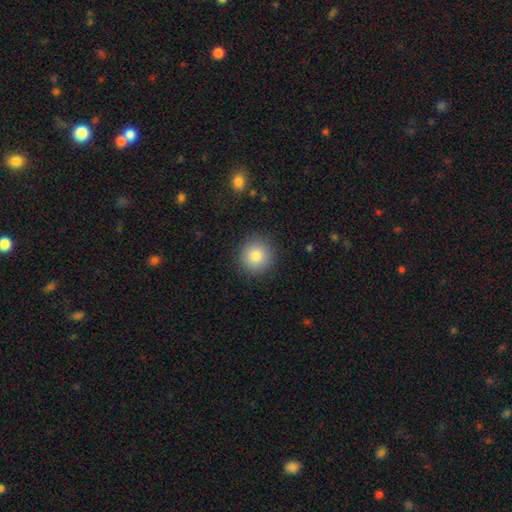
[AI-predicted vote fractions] Smooth or featured: smooth — 83% (star or artifact — 10%)
How rounded: round — 93% (in between — 6%)
Merging: none — 90% (minor disturbance — 7%)